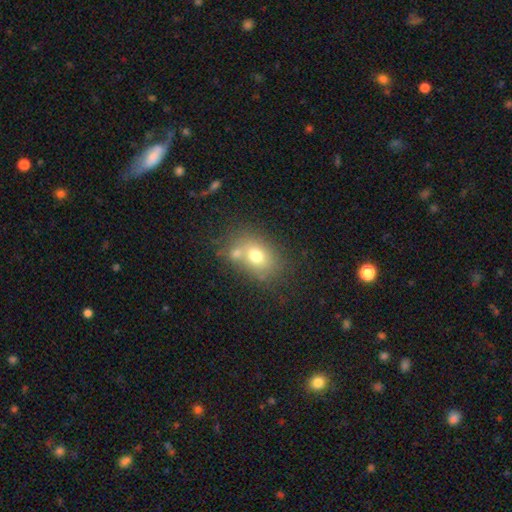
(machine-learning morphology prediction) smooth_or_featured: smooth (p=0.70) [alt: featured or disk p=0.18]
how_rounded: in between (p=0.62) [alt: round p=0.37]
merging: none (p=0.48) [alt: merger p=0.31]